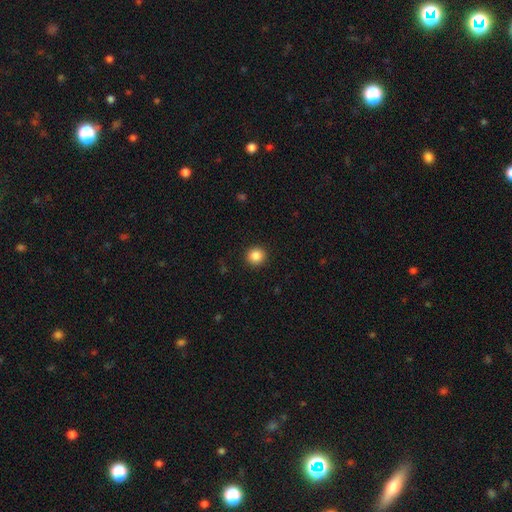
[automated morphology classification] Smooth or featured? smooth (87%)
How rounded? round (93%)
Merging? none (92%)